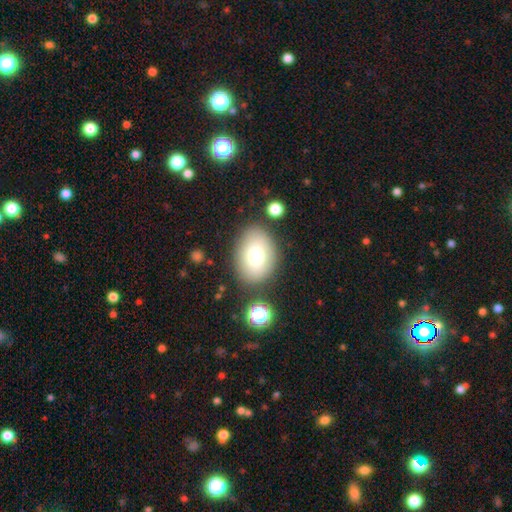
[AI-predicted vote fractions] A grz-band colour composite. It shows a smooth galaxy with no disk features (73%) that is in between round and cigar-shaped (73%). Merging: none (80%).